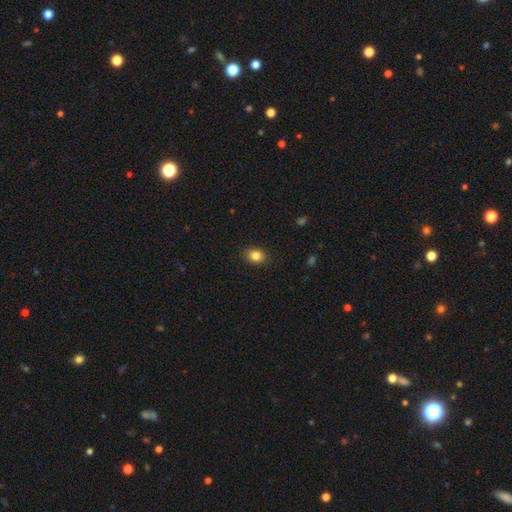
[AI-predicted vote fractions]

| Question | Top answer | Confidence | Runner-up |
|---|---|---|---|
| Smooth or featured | smooth | 84% | star or artifact (10%) |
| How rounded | in between | 53% | round (46%) |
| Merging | none | 88% | minor disturbance (9%) |